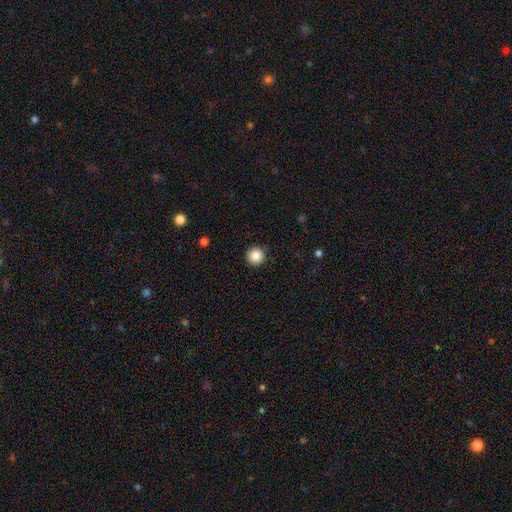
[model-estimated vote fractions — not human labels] This appears to be a smooth galaxy with no disk features (86%) that is round (96%). Merging: none (91%).